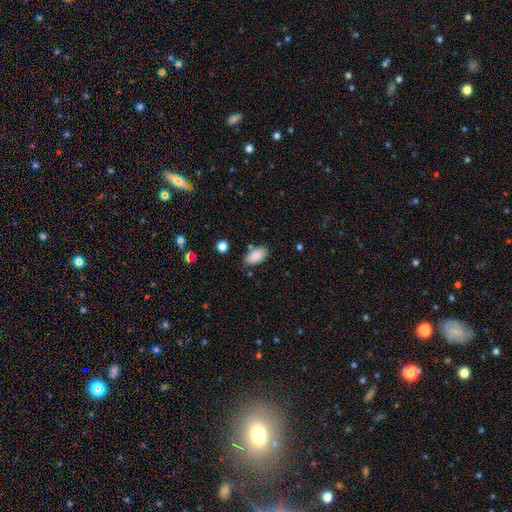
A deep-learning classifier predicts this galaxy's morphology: The model was most divided on "merging": none: 78%, minor disturbance: 14%, merger: 5%, major disturbance: 3%. More confident: how rounded — in between (93%); smooth or featured — smooth (87%).